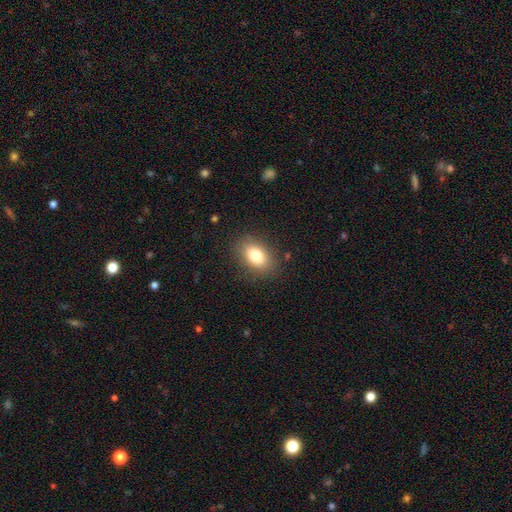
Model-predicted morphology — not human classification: Smooth or featured? smooth (81%)
How rounded? in between (83%)
Merging? none (85%)